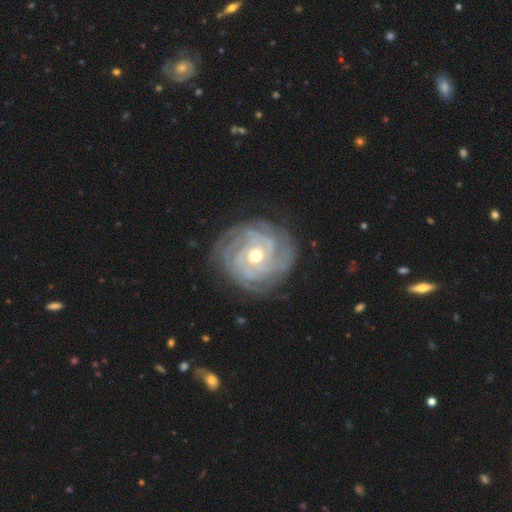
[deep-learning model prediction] The model was most divided on "spiral arm count": can't tell: 27%, 3: 21%, 4: 20%, more than 4: 13%, 2: 12%, 1: 7%. More confident: edge-on disk — no (97%); spiral arms — yes (97%); smooth or featured — featured or disk (89%); merging — none (80%); spiral winding — tight (79%); bar — no (70%); bulge size — moderate (65%).